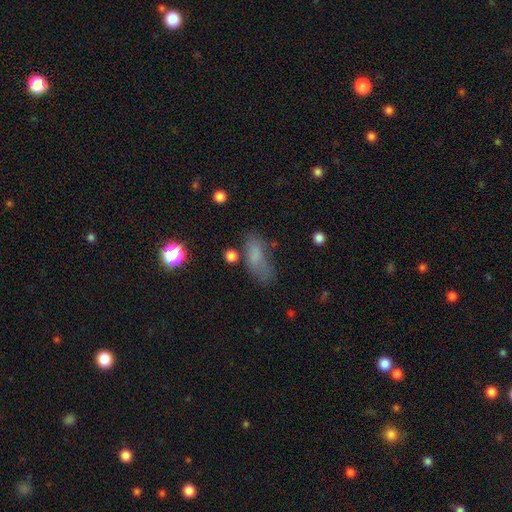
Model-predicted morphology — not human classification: type=smooth (71%); roundness=in between (77%); merging=none (49%).